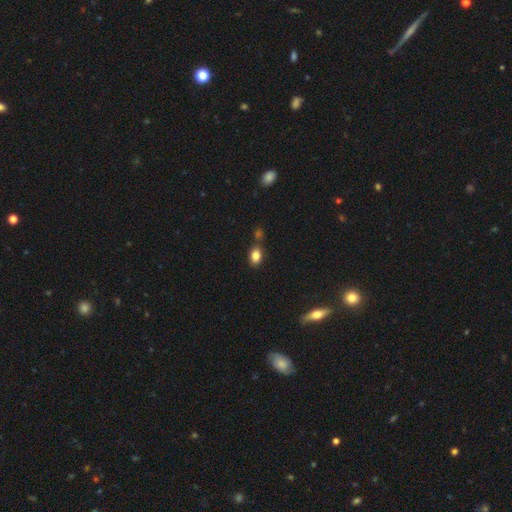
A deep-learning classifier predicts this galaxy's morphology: This appears to be a smooth galaxy with no disk features (83%) that is in between round and cigar-shaped (80%). Merging: none (68%).